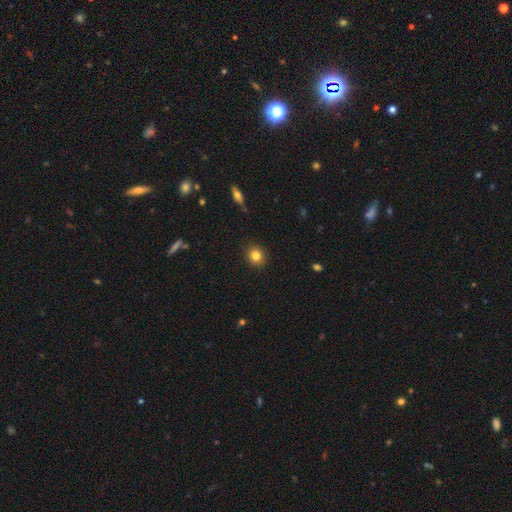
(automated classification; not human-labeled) Morphology: type=smooth (82%); roundness=round (76%); merging=none (90%).